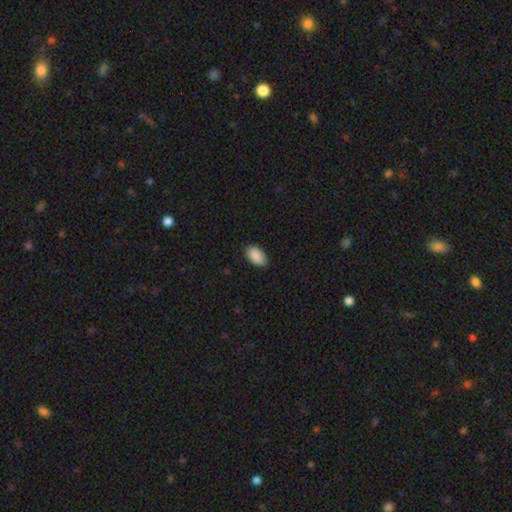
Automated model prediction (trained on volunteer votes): smooth_or_featured: smooth (p=0.90) [alt: star or artifact p=0.07]
how_rounded: in between (p=0.94) [alt: round p=0.04]
merging: none (p=0.86) [alt: minor disturbance p=0.11]